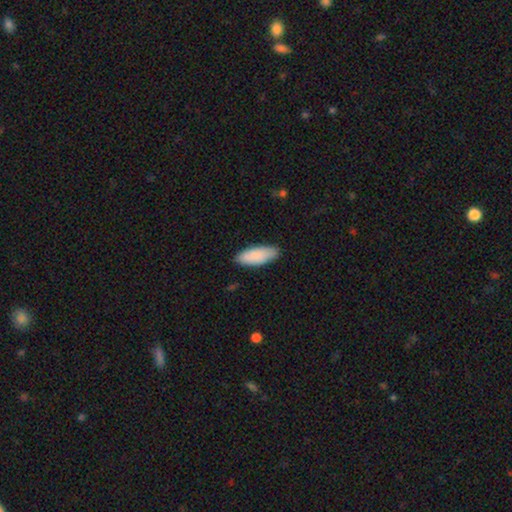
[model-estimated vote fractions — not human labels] Smooth or featured? Predicted: smooth (p=0.87). How rounded? Predicted: in between (p=0.79). Merging? Predicted: none (p=0.85).